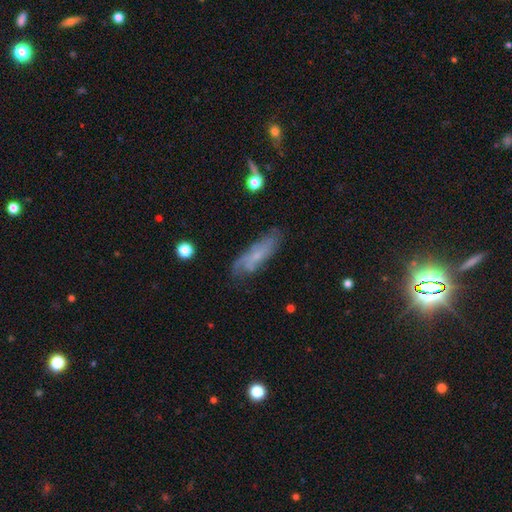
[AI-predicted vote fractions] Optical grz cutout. It shows a featured or disk galaxy (54%). Merging: none (62%).